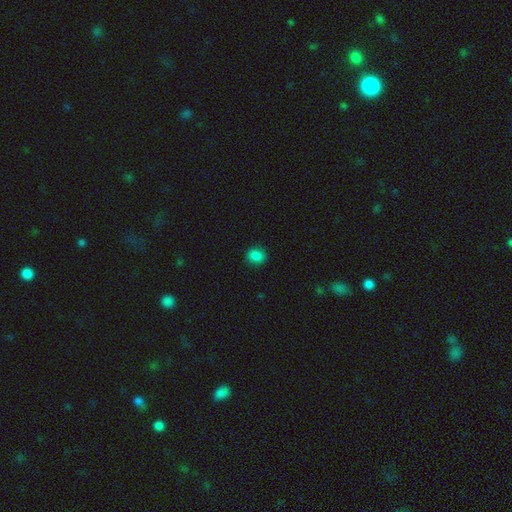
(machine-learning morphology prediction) A smooth galaxy with no disk features (85%) that is round (67%). Merging: none (87%).